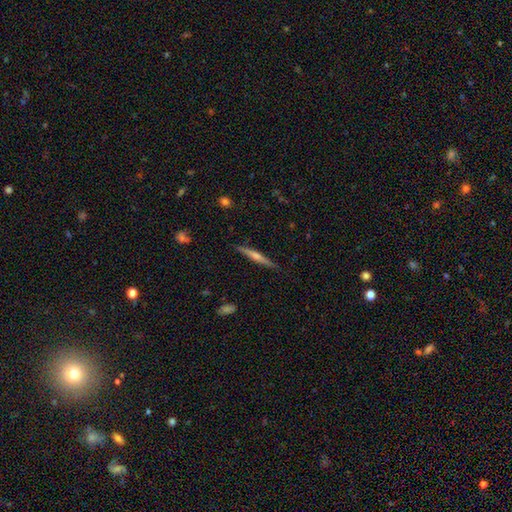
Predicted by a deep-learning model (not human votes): Smooth or featured? featured or disk (66%)
Edge-on disk? yes (98%)
Edge-on bulge? rounded (72%)
Merging? none (89%)